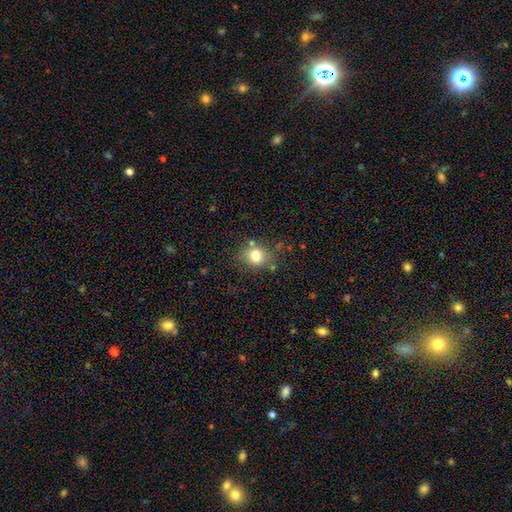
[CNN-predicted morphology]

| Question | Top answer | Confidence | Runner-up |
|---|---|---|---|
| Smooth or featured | smooth | 77% | star or artifact (13%) |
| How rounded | round | 74% | in between (25%) |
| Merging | none | 76% | minor disturbance (13%) |